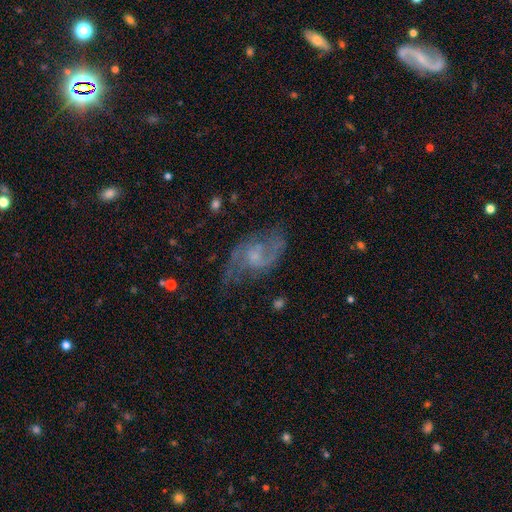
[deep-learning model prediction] Smooth or featured?
  - featured or disk: 78% *
  - smooth: 13%
  - star or artifact: 9%
Edge-on disk?
  - no: 96% *
  - yes: 4%
Bar?
  - no: 58% *
  - weak: 37%
  - strong: 5%
Spiral arms?
  - yes: 91% *
  - no: 9%
Spiral winding?
  - medium: 44% *
  - loose: 42%
  - tight: 14%
Spiral arm count?
  - 2: 84% *
  - can't tell: 8%
  - 1: 3%
  - 3: 2%
  - 4: 1%
  - more than 4: 1%
Bulge size?
  - small: 53% *
  - moderate: 27%
  - none: 16%
  - large: 3%
  - dominant: 1%
Merging?
  - none: 59% *
  - minor disturbance: 22%
  - major disturbance: 16%
  - merger: 2%